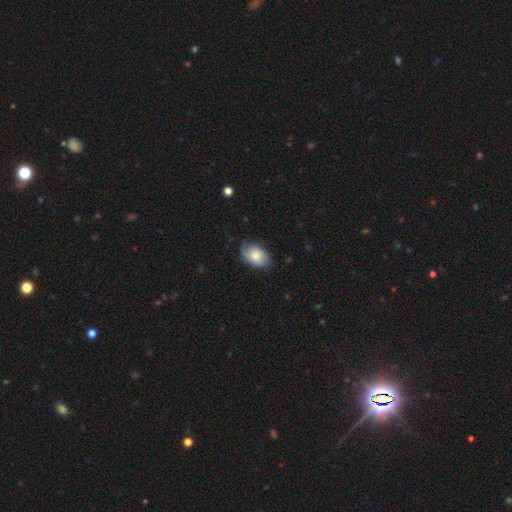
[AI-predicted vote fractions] Morphology: type=smooth (74%); roundness=in between (88%); merging=none (69%).